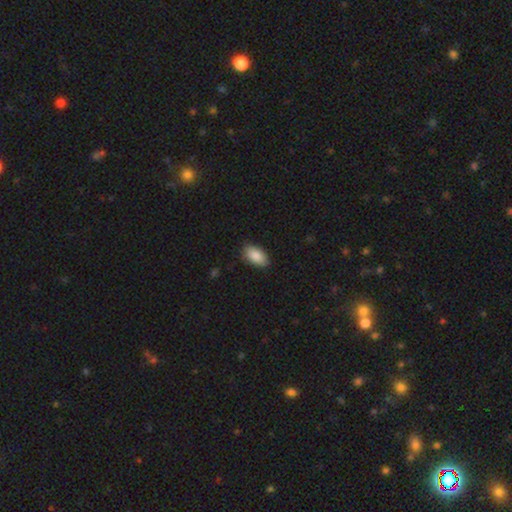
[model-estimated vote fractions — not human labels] This is clearly a smooth galaxy (89%). How rounded: clearly in between (94%). Merging: clearly none (86%).